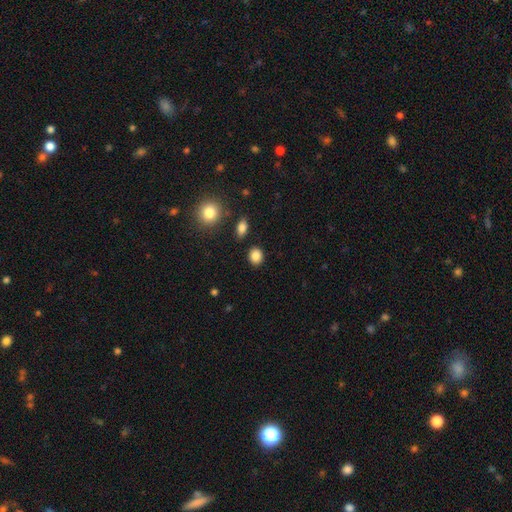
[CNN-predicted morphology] This is clearly a smooth galaxy (87%). How rounded: likely round (63%). Merging: clearly none (87%).